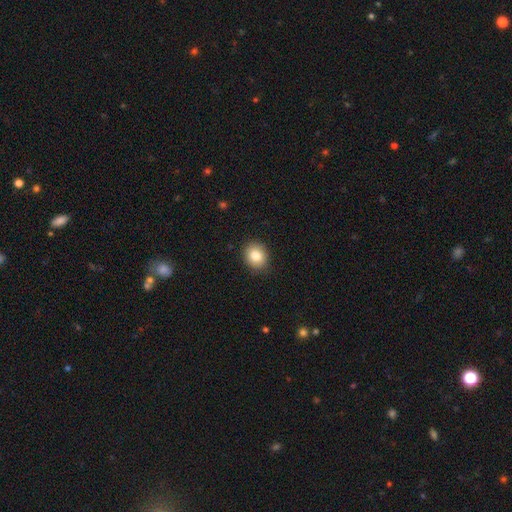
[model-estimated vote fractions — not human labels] Q: Smooth or featured?
A: smooth (82%); runner-up: star or artifact (9%)
Q: How rounded?
A: round (67%); runner-up: in between (33%)
Q: Merging?
A: none (89%); runner-up: minor disturbance (8%)